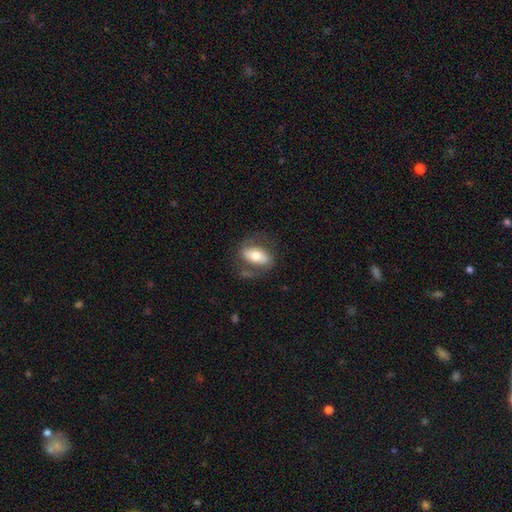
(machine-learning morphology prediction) The model was most divided on "smooth or featured": smooth: 49%, featured or disk: 44%, star or artifact: 6%. More confident: merging — none (63%).